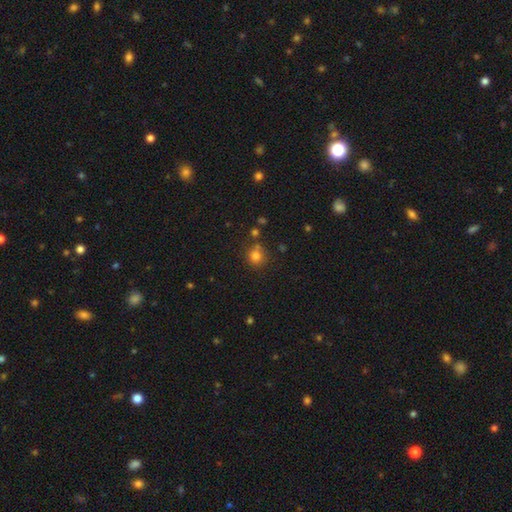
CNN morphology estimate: Smooth or featured: smooth — 78% (star or artifact — 15%)
How rounded: round — 88% (in between — 11%)
Merging: none — 72% (merger — 13%)